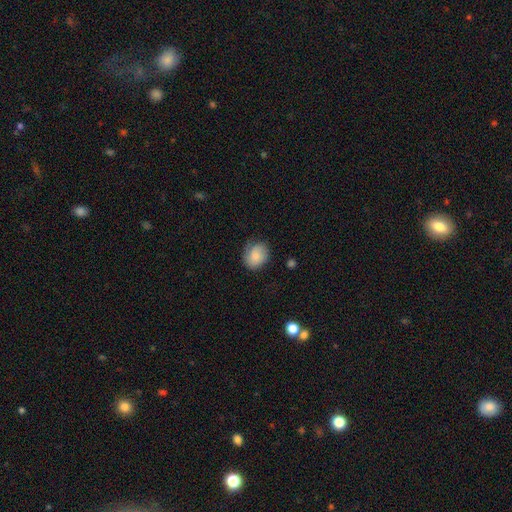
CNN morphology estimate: smooth_or_featured: smooth (p=0.77) [alt: featured or disk p=0.16]
how_rounded: round (p=0.59) [alt: in between p=0.40]
merging: none (p=0.68) [alt: minor disturbance p=0.24]